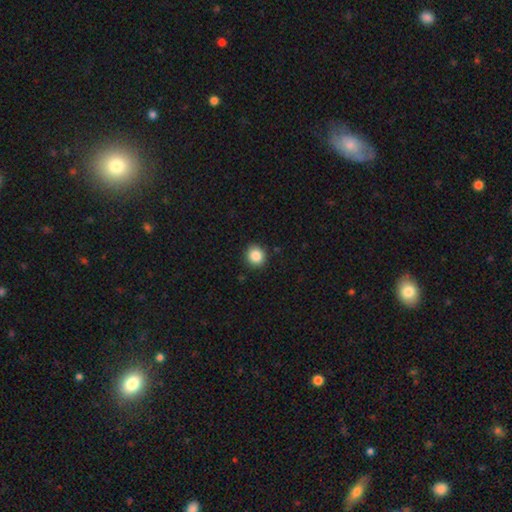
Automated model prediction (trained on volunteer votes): Smooth or featured? smooth (86%)
How rounded? round (87%)
Merging? none (90%)